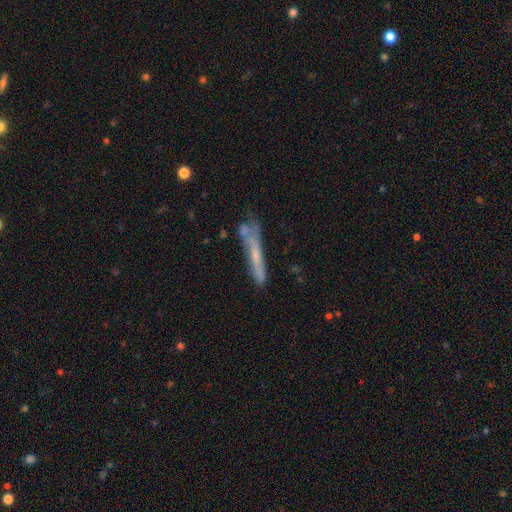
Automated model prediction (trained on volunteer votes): Smooth or featured? featured or disk (47%)
Merging? none (55%)